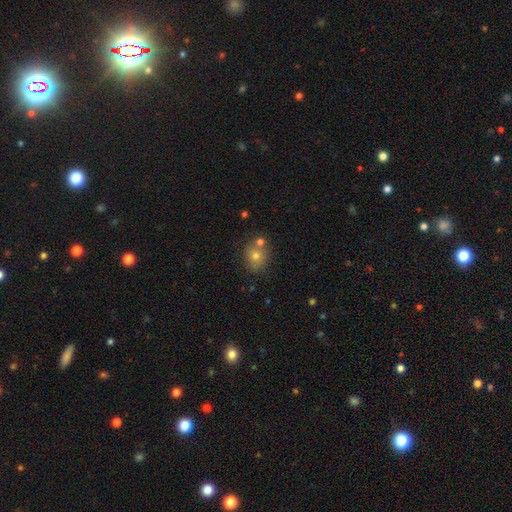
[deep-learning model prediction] This appears to be a smooth galaxy with no disk features (72%) that is round (72%). Merging: none (65%).